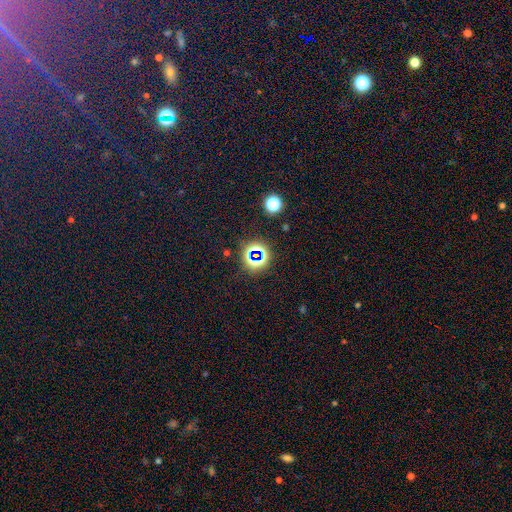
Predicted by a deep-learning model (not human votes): A star or artifact, not a galaxy (71%).